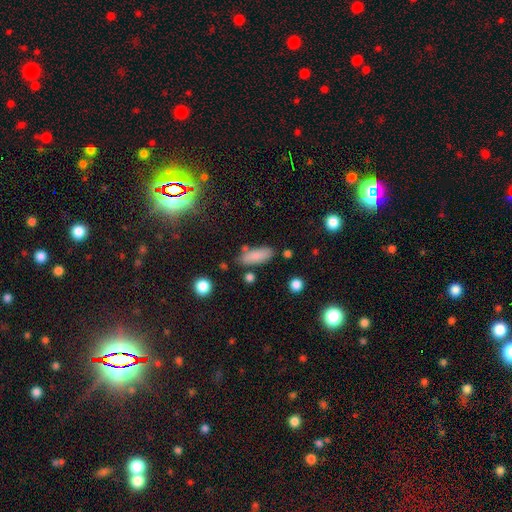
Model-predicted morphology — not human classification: smooth-or-featured: smooth: 84% | featured or disk: 8% | star or artifact: 8%
  how-rounded: in between: 71% | cigar-shaped: 27% | round: 3%
  merging: none: 75% | minor disturbance: 14% | merger: 7% | major disturbance: 4%